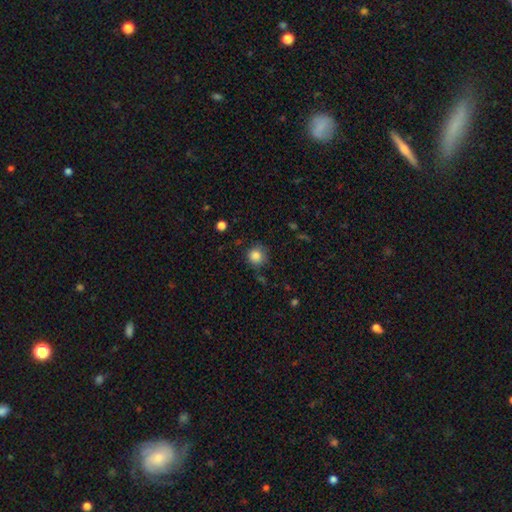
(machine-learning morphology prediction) smooth_or_featured: smooth (p=0.84) [alt: star or artifact p=0.10]
how_rounded: round (p=0.92) [alt: in between p=0.07]
merging: none (p=0.81) [alt: minor disturbance p=0.14]